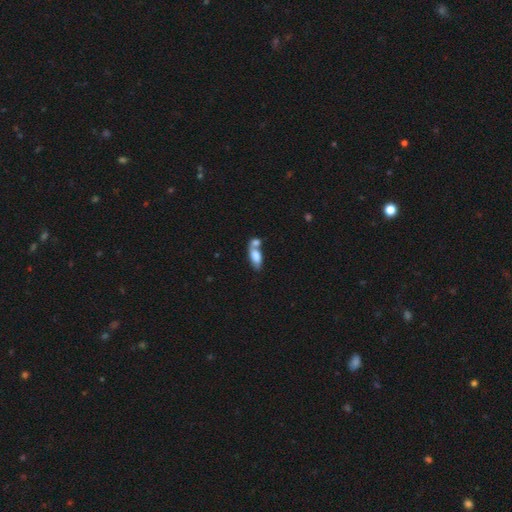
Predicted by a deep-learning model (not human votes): This is likely a smooth galaxy (76%). How rounded: clearly in between (82%). Merging: possibly merger (53%).